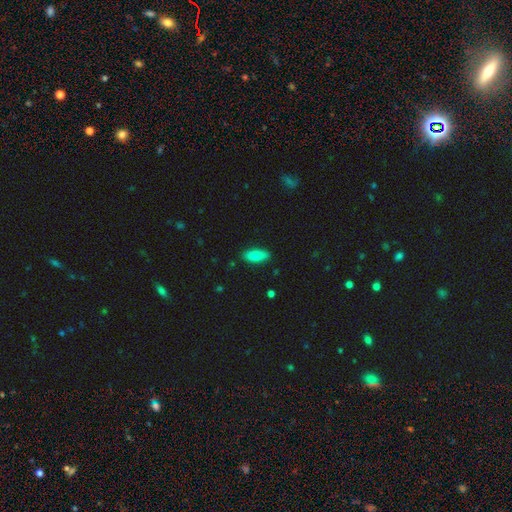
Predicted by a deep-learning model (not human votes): Smooth or featured: smooth — 78% (featured or disk — 15%)
How rounded: in between — 80% (cigar-shaped — 18%)
Merging: none — 87% (minor disturbance — 10%)